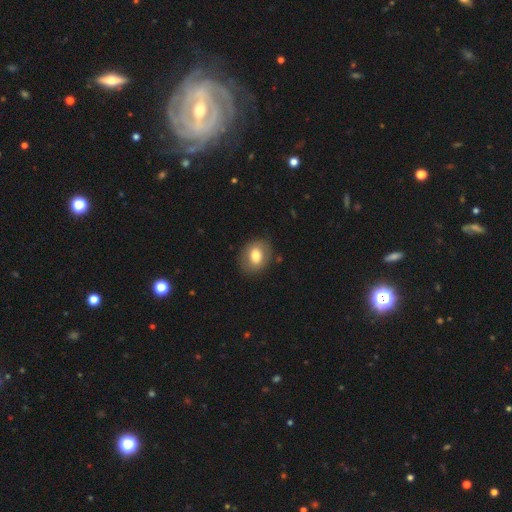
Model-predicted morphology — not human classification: smooth 76%, featured or disk 15%, star or artifact 8%. Down the decision tree: how rounded — in between (52%); merging — none (85%).